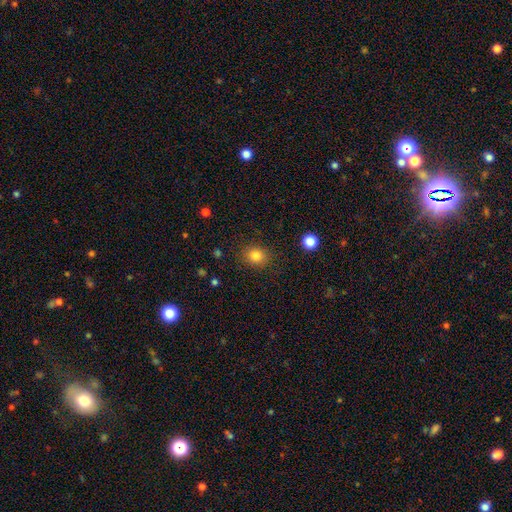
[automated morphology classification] Smooth or featured: smooth — 83% (star or artifact — 12%)
How rounded: round — 66% (in between — 33%)
Merging: none — 87% (minor disturbance — 9%)